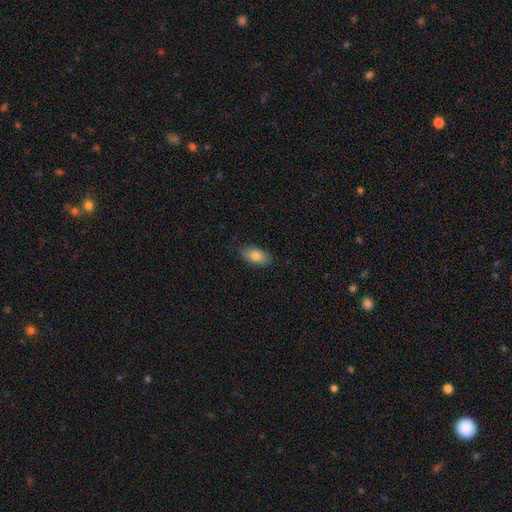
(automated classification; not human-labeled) smooth_or_featured: smooth (p=0.80) [alt: featured or disk p=0.13]
how_rounded: in between (p=0.92) [alt: cigar-shaped p=0.04]
merging: none (p=0.86) [alt: minor disturbance p=0.11]